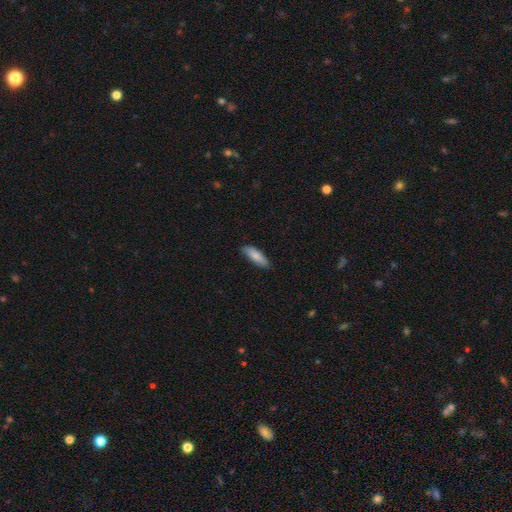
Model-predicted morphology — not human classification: Q: Smooth or featured?
A: smooth (83%); runner-up: featured or disk (11%)
Q: How rounded?
A: in between (57%); runner-up: cigar-shaped (42%)
Q: Merging?
A: none (82%); runner-up: minor disturbance (14%)